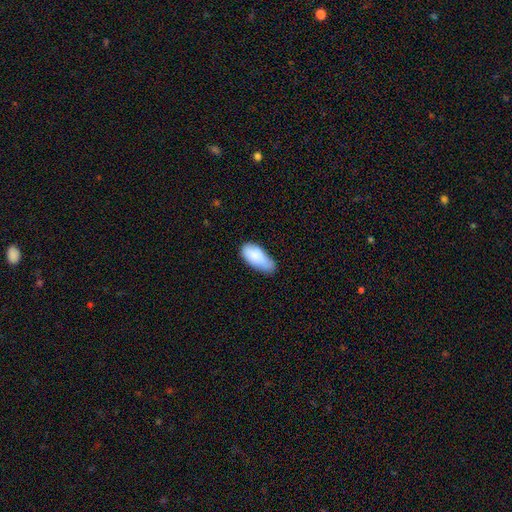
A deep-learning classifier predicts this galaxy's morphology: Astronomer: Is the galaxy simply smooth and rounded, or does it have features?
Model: smooth — 85%.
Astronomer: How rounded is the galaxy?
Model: in between — 90%.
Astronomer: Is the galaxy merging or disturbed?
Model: none — 48% (runner-up: minor disturbance, 41%).